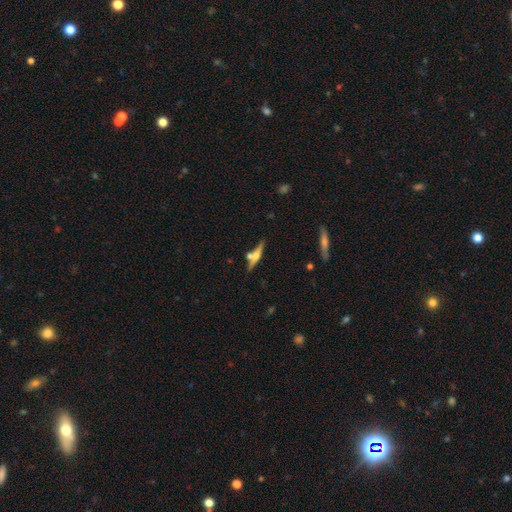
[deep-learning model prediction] Smooth or featured? featured or disk (64%)
Edge-on disk? yes (95%)
Edge-on bulge? rounded (88%)
Merging? none (68%)